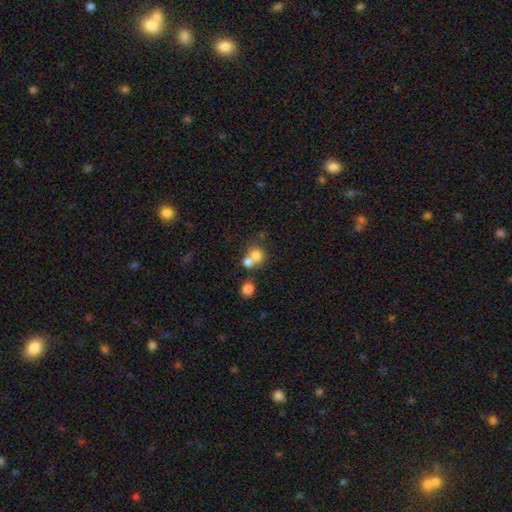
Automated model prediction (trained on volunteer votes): Overall: smooth (76%). How rounded: round (82%). Merging: merger (48%; none 41%).